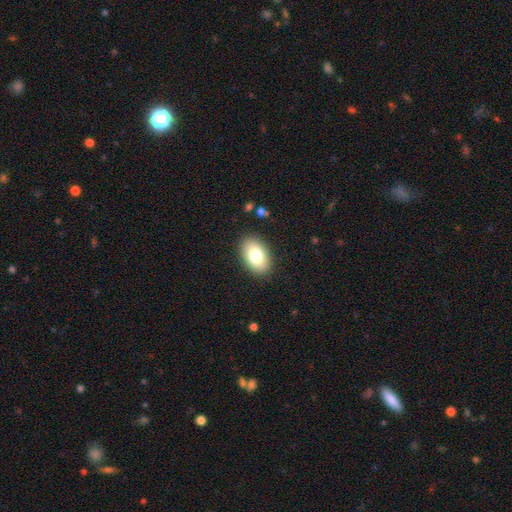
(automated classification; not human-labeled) smooth 79%, featured or disk 14%, star or artifact 7%. Down the decision tree: how rounded — in between (90%); merging — none (88%).